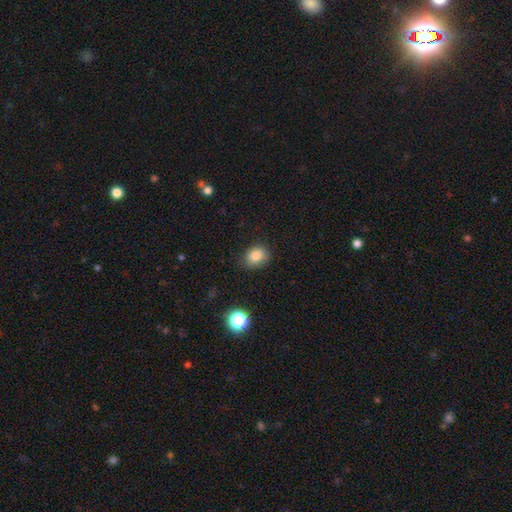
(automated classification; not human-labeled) Smooth or featured?
  - smooth: 83% *
  - star or artifact: 11%
  - featured or disk: 6%
How rounded?
  - in between: 52% *
  - round: 47%
  - cigar-shaped: 1%
Merging?
  - none: 80% *
  - minor disturbance: 15%
  - major disturbance: 3%
  - merger: 1%